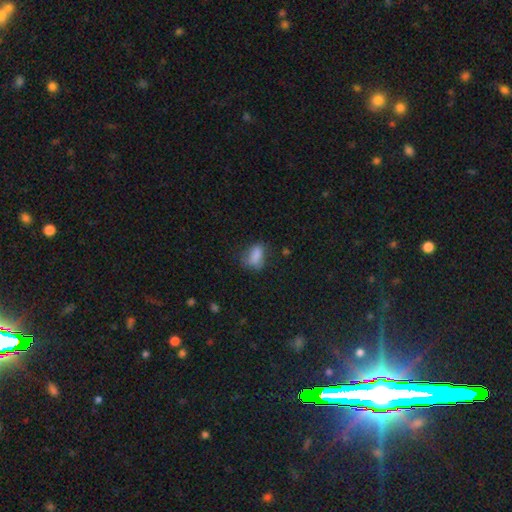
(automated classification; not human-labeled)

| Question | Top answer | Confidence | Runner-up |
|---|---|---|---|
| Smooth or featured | smooth | 78% | featured or disk (11%) |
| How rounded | in between | 84% | round (10%) |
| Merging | none | 49% | minor disturbance (30%) |